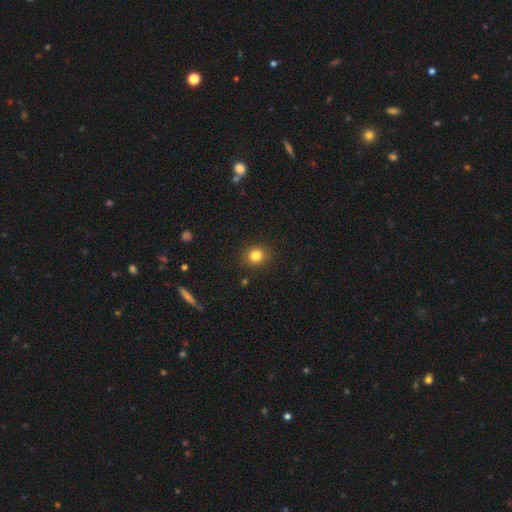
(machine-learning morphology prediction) A smooth galaxy with no disk features (82%) that is round (81%).

Vote fractions:
- Smooth or featured? smooth: 82% / star or artifact: 12% / featured or disk: 6%
- How rounded? round: 81% / in between: 18% / cigar-shaped: 1%
- Merging? none: 89% / minor disturbance: 7% / major disturbance: 2% / merger: 1%